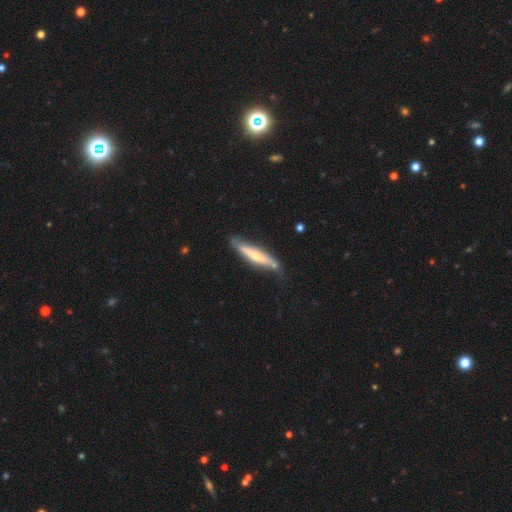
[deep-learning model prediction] Smooth or featured? Predicted: smooth (p=0.52). How rounded? Predicted: cigar-shaped (p=0.88). Merging? Predicted: none (p=0.60).